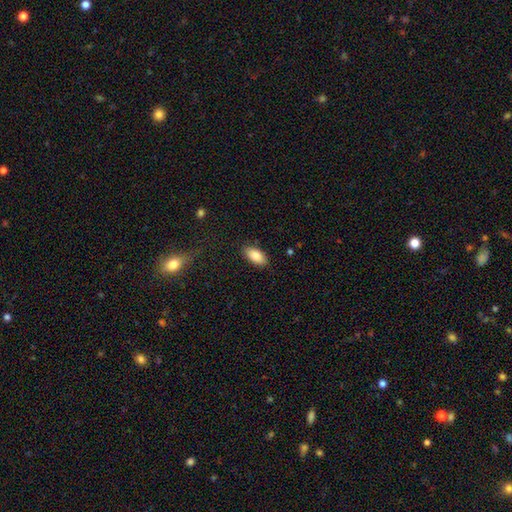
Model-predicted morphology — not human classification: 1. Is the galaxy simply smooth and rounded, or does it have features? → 86% smooth, 7% featured or disk, 7% star or artifact.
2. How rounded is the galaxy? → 92% in between, 6% cigar-shaped, 3% round.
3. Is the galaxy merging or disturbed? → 87% none, 10% minor disturbance, 2% major disturbance, 1% merger.